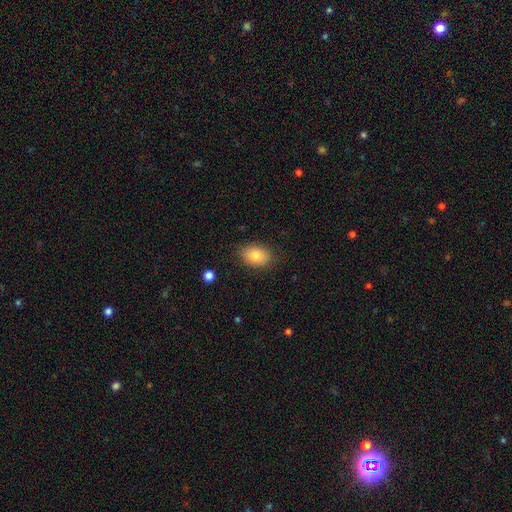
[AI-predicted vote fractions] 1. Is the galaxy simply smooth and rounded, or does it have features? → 82% smooth, 10% featured or disk, 8% star or artifact.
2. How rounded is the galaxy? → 79% in between, 20% round, 1% cigar-shaped.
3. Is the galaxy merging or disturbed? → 84% none, 12% minor disturbance, 3% major disturbance, 1% merger.